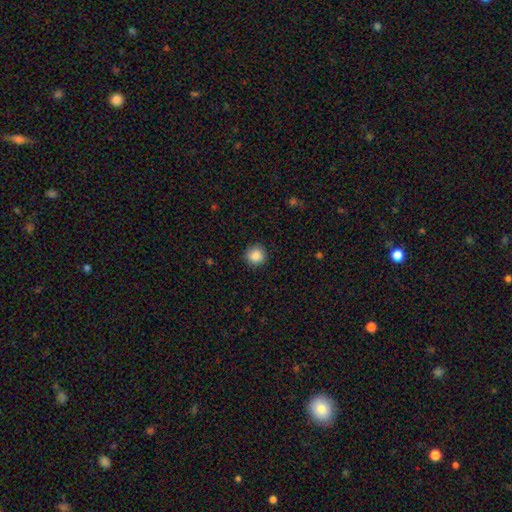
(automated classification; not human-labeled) Morphology: type=smooth (87%); roundness=round (93%); merging=none (88%).